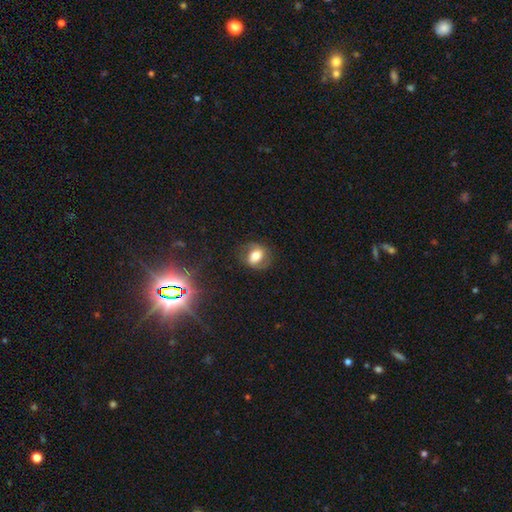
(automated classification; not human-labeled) Smooth or featured: smooth — 54% (featured or disk — 35%)
How rounded: in between — 51% (round — 47%)
Merging: none — 75% (minor disturbance — 16%)